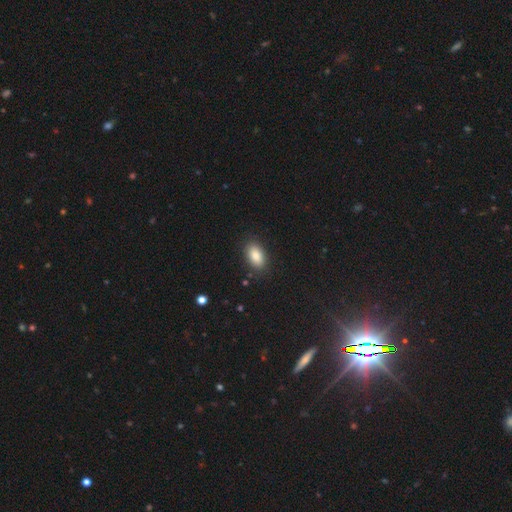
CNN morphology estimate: A smooth galaxy with no disk features (87%) that is in between round and cigar-shaped (92%).

Vote fractions:
- Smooth or featured? smooth: 87% / star or artifact: 8% / featured or disk: 6%
- How rounded? in between: 92% / round: 5% / cigar-shaped: 3%
- Merging? none: 86% / minor disturbance: 10% / major disturbance: 3% / merger: 1%